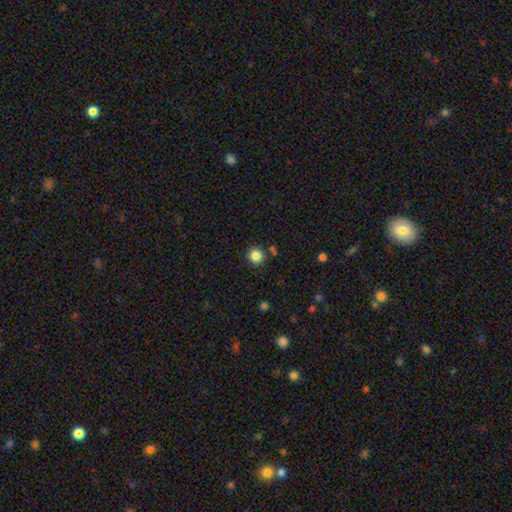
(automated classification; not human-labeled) A smooth galaxy with no disk features (84%) that is round (94%). Merging: none (87%).